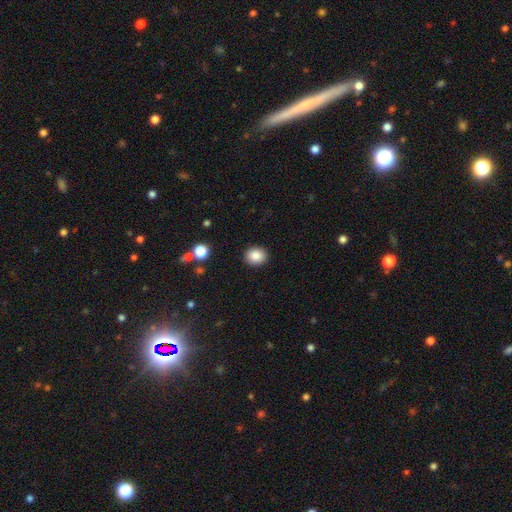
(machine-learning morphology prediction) type=smooth (87%); roundness=round (66%); merging=none (91%).